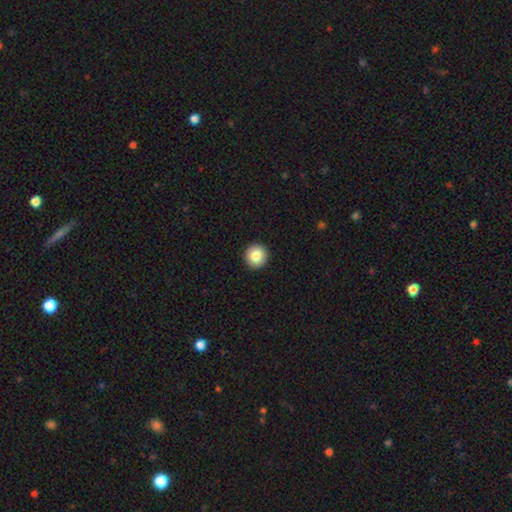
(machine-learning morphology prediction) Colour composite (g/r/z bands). It shows a smooth galaxy with no disk features (85%) that is round (93%). Merging: none (93%).